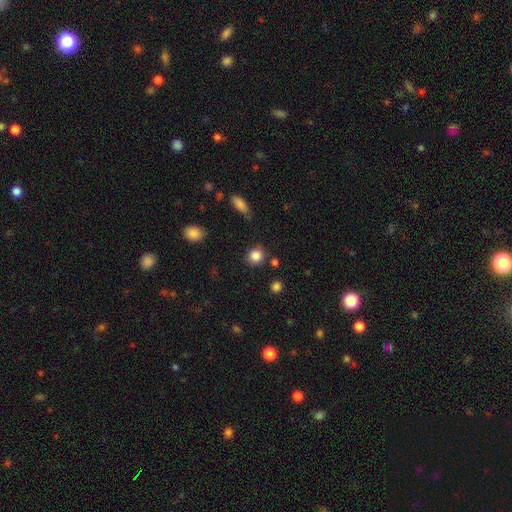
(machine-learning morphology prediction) Smooth or featured? Predicted: smooth (p=0.85). How rounded? Predicted: round (p=0.85). Merging? Predicted: none (p=0.83).